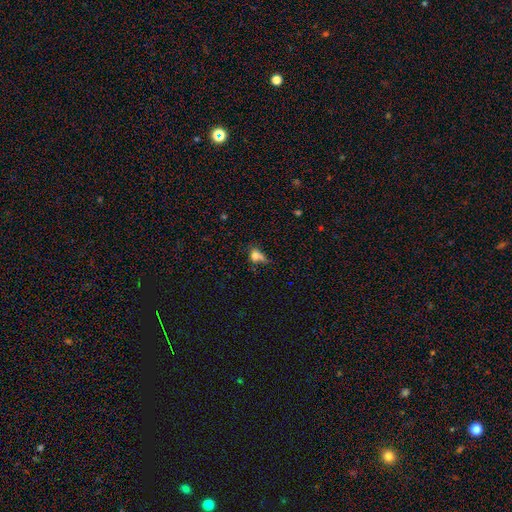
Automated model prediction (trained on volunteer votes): Overall: smooth (68%). How rounded: in between (62%; round 29%). Merging: none (31%; minor disturbance 27%).